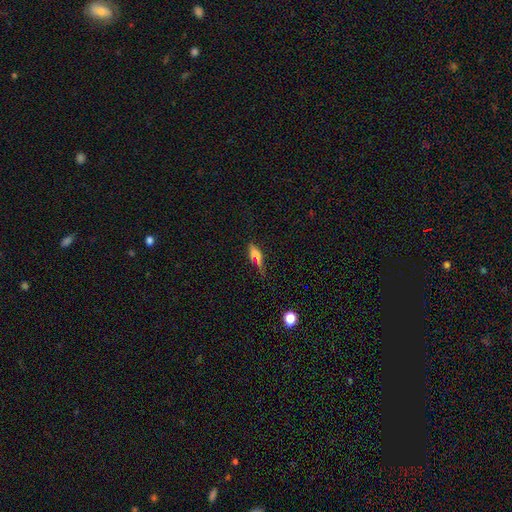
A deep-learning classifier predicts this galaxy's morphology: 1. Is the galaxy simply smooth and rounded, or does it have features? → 54% smooth, 30% featured or disk, 17% star or artifact.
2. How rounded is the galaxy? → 47% cigar-shaped, 46% in between, 7% round.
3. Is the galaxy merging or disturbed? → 67% none, 20% minor disturbance, 8% major disturbance, 5% merger.